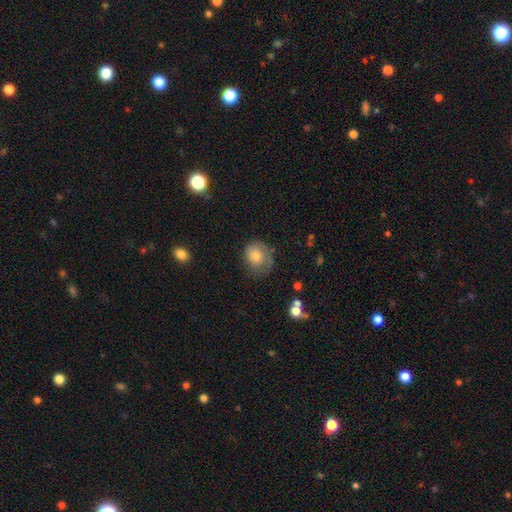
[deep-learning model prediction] This is likely a smooth galaxy (74%). How rounded: likely round (68%). Merging: possibly none (52%).